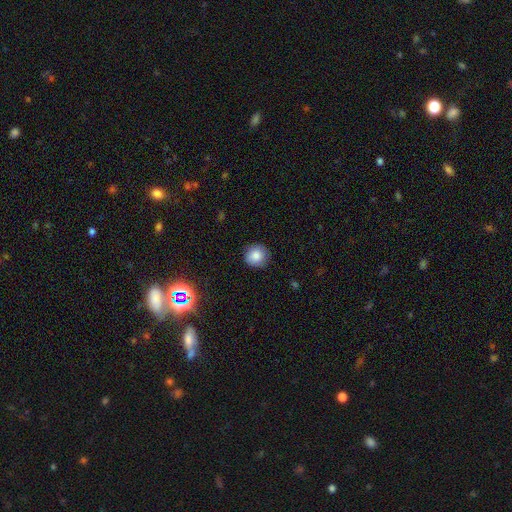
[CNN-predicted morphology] A smooth galaxy with no disk features (83%) that is round (92%).

Vote fractions:
- Smooth or featured? smooth: 83% / star or artifact: 11% / featured or disk: 6%
- How rounded? round: 92% / in between: 7% / cigar-shaped: 1%
- Merging? none: 87% / minor disturbance: 9% / major disturbance: 2% / merger: 1%